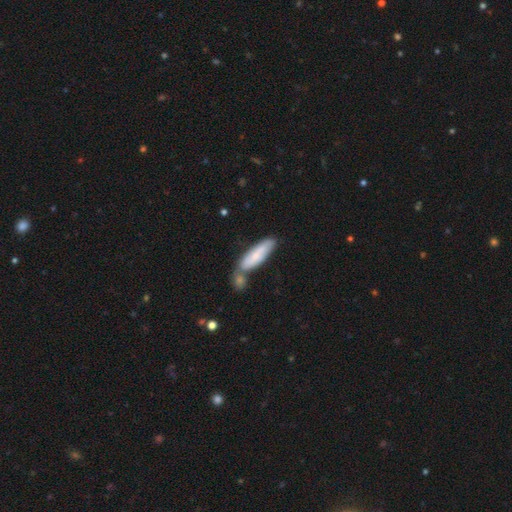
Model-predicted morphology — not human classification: Smooth or featured? Predicted: smooth (p=0.68). How rounded? Predicted: cigar-shaped (p=0.63). Merging? Predicted: none (p=0.42).